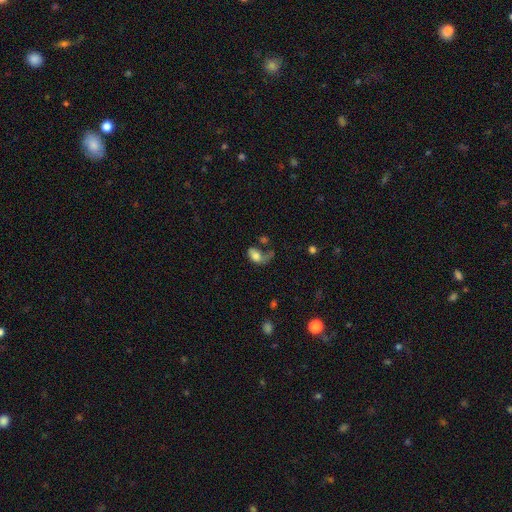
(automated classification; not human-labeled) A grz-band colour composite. It shows a smooth galaxy with no disk features (62%) that is in between round and cigar-shaped (84%). Merging: major disturbance (47%).